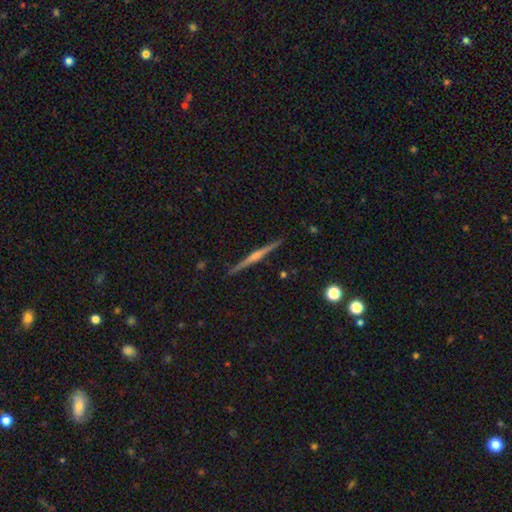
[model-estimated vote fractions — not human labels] Morphology: type=featured or disk (80%); edge-on=yes (99%); edge-on bulge=rounded (82%); merging=none (92%).